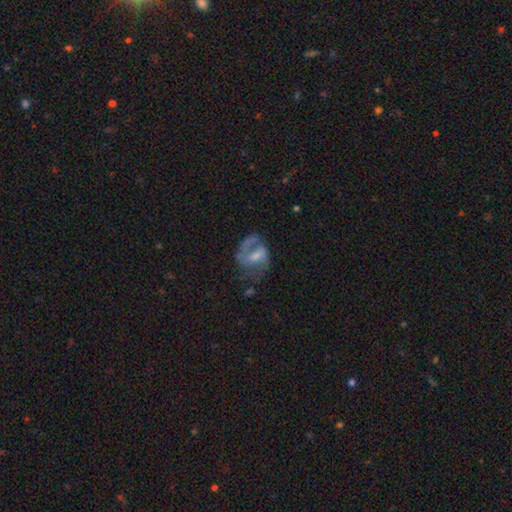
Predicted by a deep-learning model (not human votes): Smooth or featured? Predicted: featured or disk (p=0.66). Edge-on disk? Predicted: no (p=0.97). Bar? Predicted: weak (p=0.49). Spiral arms? Predicted: yes (p=0.75). Bulge size? Predicted: moderate (p=0.38). Merging? Predicted: none (p=0.41).